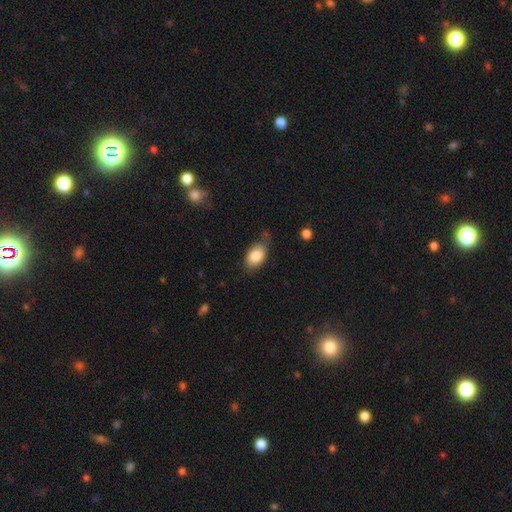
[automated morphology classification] Smooth or featured?
  - smooth: 83% *
  - featured or disk: 10%
  - star or artifact: 7%
How rounded?
  - in between: 89% *
  - round: 10%
  - cigar-shaped: 2%
Merging?
  - none: 61% *
  - minor disturbance: 27%
  - major disturbance: 7%
  - merger: 4%